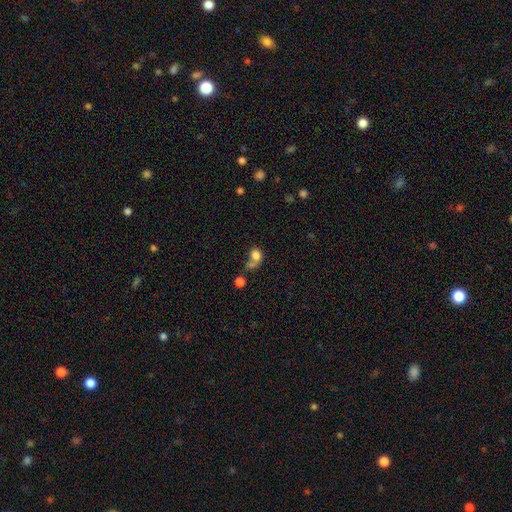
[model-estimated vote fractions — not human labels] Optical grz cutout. It shows a smooth galaxy with no disk features (76%) that is round (59%). Merging: merger (43%).